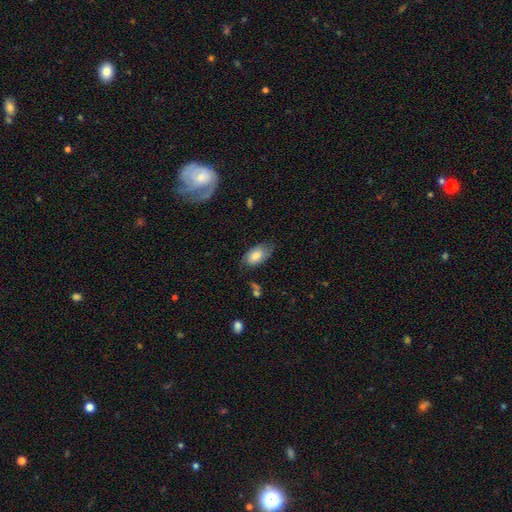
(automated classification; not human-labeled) A smooth galaxy with no disk features (73%) that is in between round and cigar-shaped (93%). Merging: none (64%).